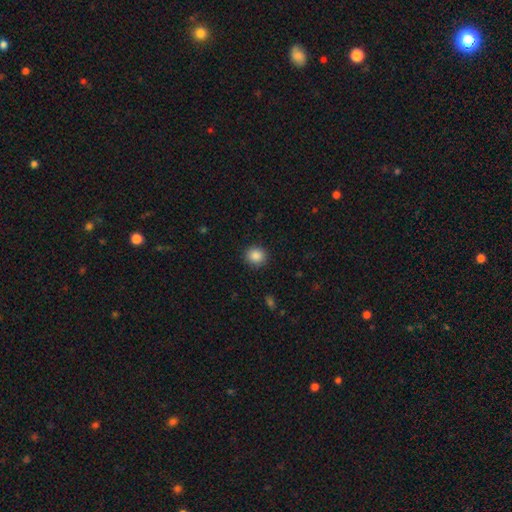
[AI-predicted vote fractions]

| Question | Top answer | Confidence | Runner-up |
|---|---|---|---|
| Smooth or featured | smooth | 88% | star or artifact (9%) |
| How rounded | round | 82% | in between (17%) |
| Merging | none | 90% | minor disturbance (7%) |